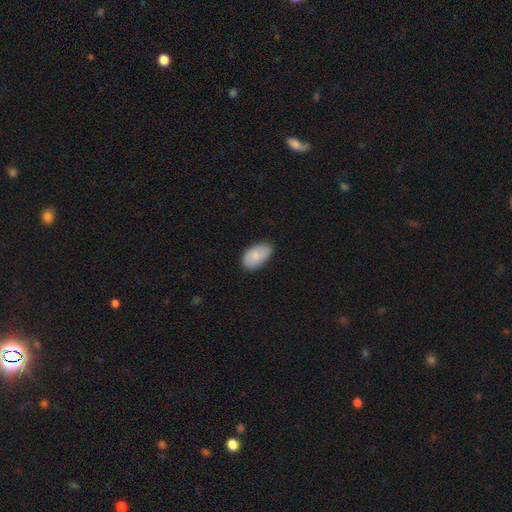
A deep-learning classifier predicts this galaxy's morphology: smooth 81%, featured or disk 13%, star or artifact 6%. Down the decision tree: how rounded — in between (94%); merging — none (75%).